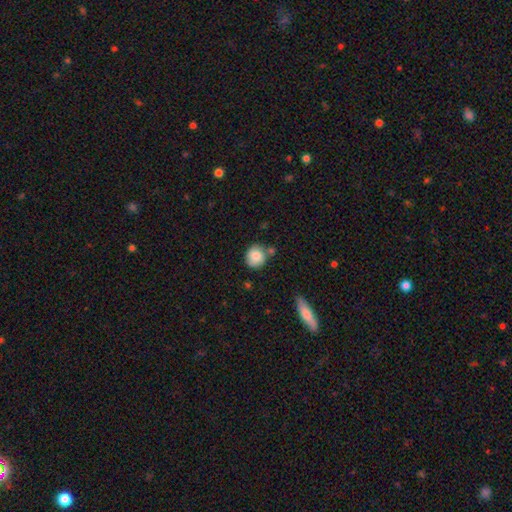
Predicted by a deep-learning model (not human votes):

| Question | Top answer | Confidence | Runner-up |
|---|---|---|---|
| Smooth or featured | smooth | 77% | featured or disk (15%) |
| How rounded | round | 81% | in between (18%) |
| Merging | none | 63% | minor disturbance (21%) |